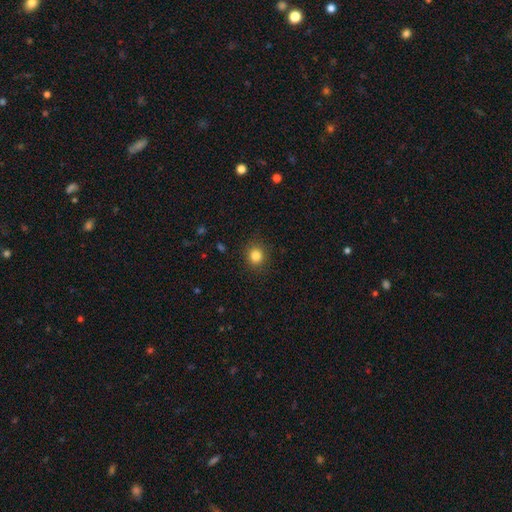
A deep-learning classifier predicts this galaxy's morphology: smooth 84%, star or artifact 12%, featured or disk 5%. Down the decision tree: how rounded — round (84%); merging — none (89%).